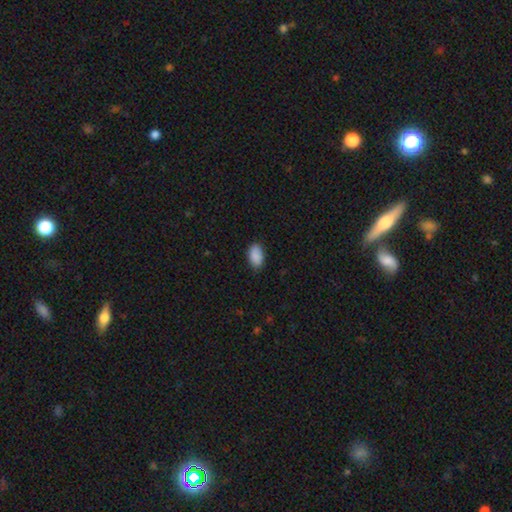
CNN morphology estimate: type=smooth (90%); roundness=in between (93%); merging=none (84%).